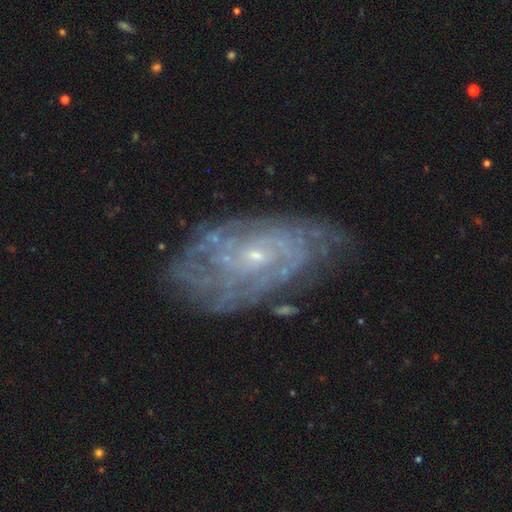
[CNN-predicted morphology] smooth-or-featured: featured or disk: 84% | smooth: 9% | star or artifact: 7%
  disk-edge-on: no: 95% | yes: 5%
    bar: no: 70% | weak: 25% | strong: 5%
    has-spiral-arms: yes: 91% | no: 9%
      spiral-winding: tight: 69% | medium: 24% | loose: 7%
      spiral-arm-count: can't tell: 48% | 4: 13% | 2: 12% | more than 4: 10% | 3: 10% | 1: 6%
    bulge-size: small: 80% | moderate: 15% | none: 3% | large: 1% | dominant: 1%
  merging: none: 70% | minor disturbance: 20% | major disturbance: 8% | merger: 2%